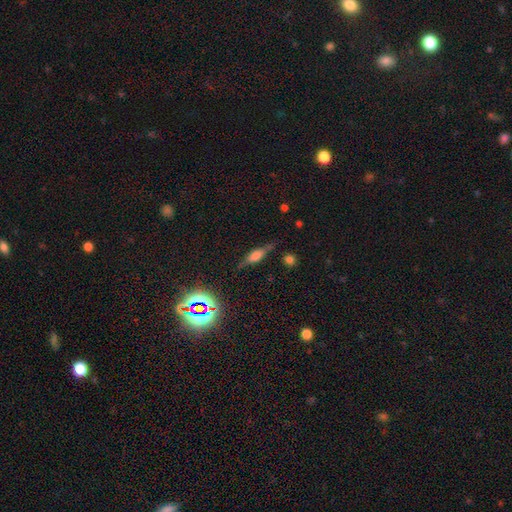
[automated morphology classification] Overall: featured or disk (50%; smooth 36%). Edge-on disk: yes (91%). Merging: none (77%).